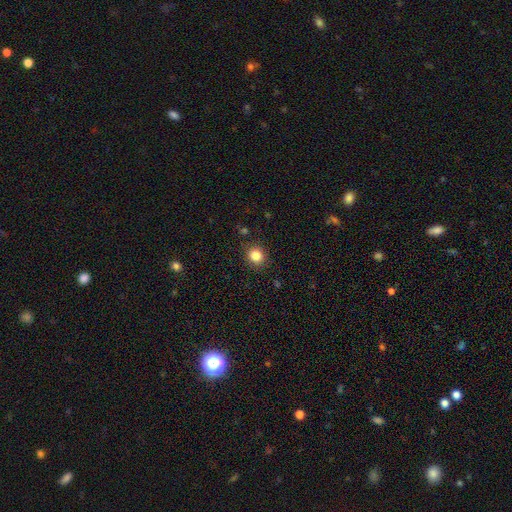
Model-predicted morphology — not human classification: Smooth or featured?
  - smooth: 84% *
  - star or artifact: 11%
  - featured or disk: 5%
How rounded?
  - round: 83% *
  - in between: 16%
  - cigar-shaped: 1%
Merging?
  - none: 88% *
  - minor disturbance: 8%
  - major disturbance: 3%
  - merger: 1%